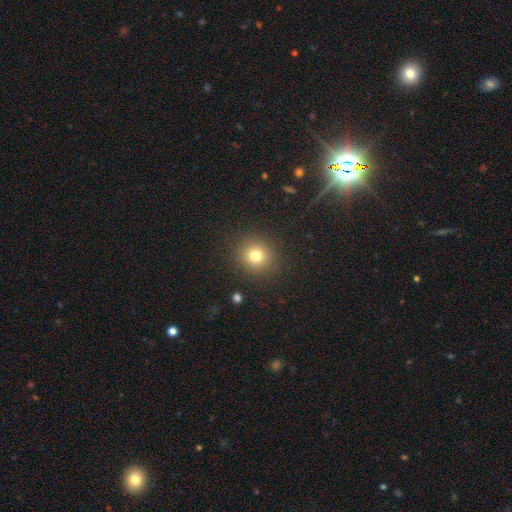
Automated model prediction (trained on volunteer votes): Smooth or featured?
  - smooth: 78% *
  - star or artifact: 14%
  - featured or disk: 8%
How rounded?
  - round: 91% *
  - in between: 9%
  - cigar-shaped: 1%
Merging?
  - none: 90% *
  - minor disturbance: 6%
  - major disturbance: 3%
  - merger: 1%